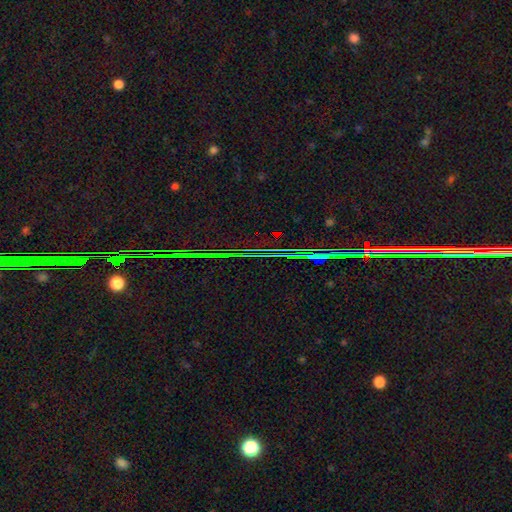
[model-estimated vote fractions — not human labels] Smooth or featured?
  - star or artifact: 86% *
  - featured or disk: 7%
  - smooth: 7%